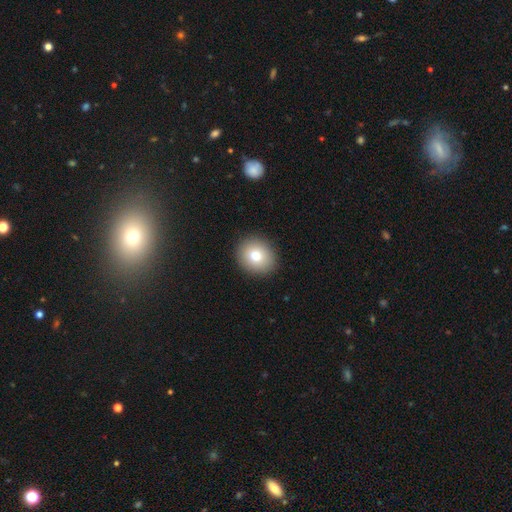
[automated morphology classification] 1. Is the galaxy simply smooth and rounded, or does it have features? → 79% smooth, 11% featured or disk, 10% star or artifact.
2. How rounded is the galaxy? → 73% round, 26% in between, 1% cigar-shaped.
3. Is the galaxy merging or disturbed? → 91% none, 6% minor disturbance, 2% major disturbance, 1% merger.